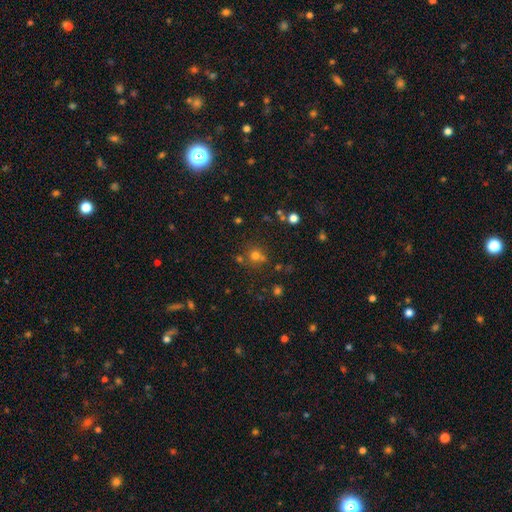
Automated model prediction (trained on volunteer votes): This appears to be a smooth galaxy with no disk features (66%) that is round (85%). Merging: none (64%).